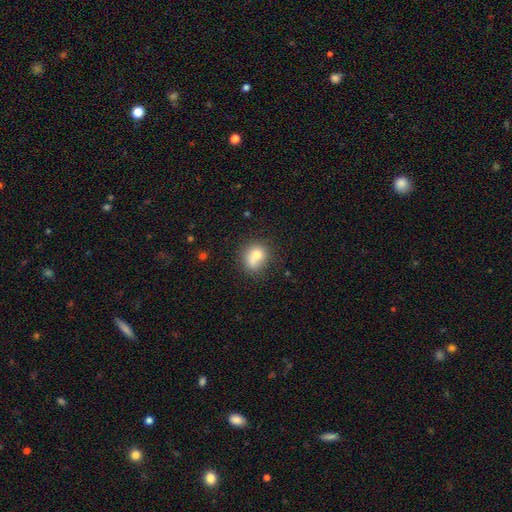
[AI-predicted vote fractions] The model was most divided on "merging": none: 41%, merger: 34%, minor disturbance: 18%, major disturbance: 7%. More confident: smooth or featured — smooth (72%); how rounded — round (69%).